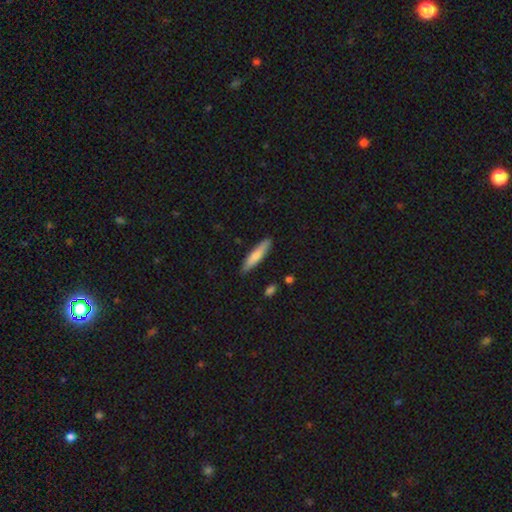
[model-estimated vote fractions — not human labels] A smooth galaxy with no disk features (75%) that is cigar-shaped (83%). Merging: none (87%).